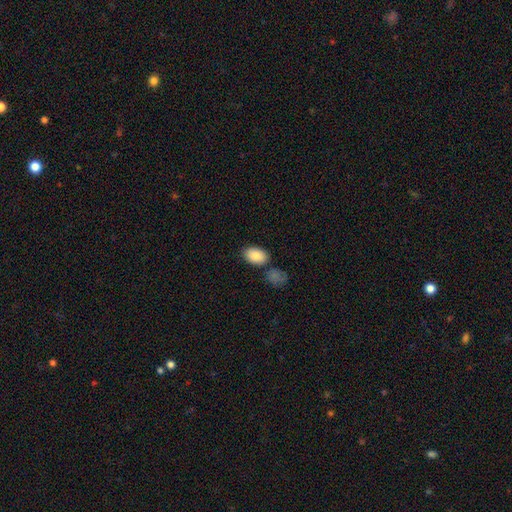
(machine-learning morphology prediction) Q: Smooth or featured?
A: smooth (86%); runner-up: featured or disk (7%)
Q: How rounded?
A: in between (91%); runner-up: round (8%)
Q: Merging?
A: none (76%); runner-up: minor disturbance (12%)